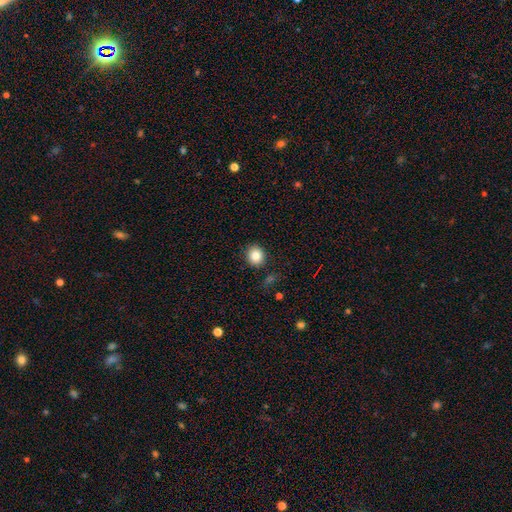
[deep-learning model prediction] Smooth or featured? smooth (84%)
How rounded? round (84%)
Merging? none (88%)